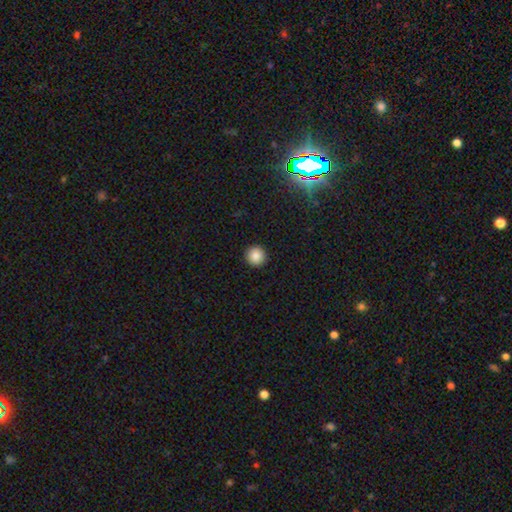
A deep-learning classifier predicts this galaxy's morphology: Smooth or featured?
  - smooth: 87% *
  - star or artifact: 10%
  - featured or disk: 4%
How rounded?
  - round: 95% *
  - in between: 4%
  - cigar-shaped: 1%
Merging?
  - none: 93% *
  - minor disturbance: 4%
  - major disturbance: 2%
  - merger: 1%